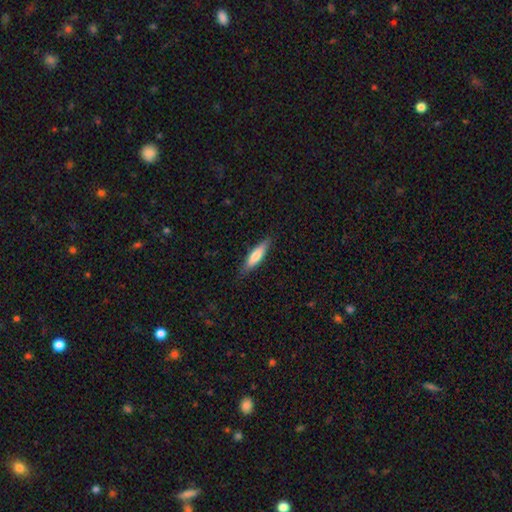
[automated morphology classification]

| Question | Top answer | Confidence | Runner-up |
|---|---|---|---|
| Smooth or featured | smooth | 69% | featured or disk (25%) |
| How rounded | cigar-shaped | 73% | in between (26%) |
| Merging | none | 85% | minor disturbance (12%) |